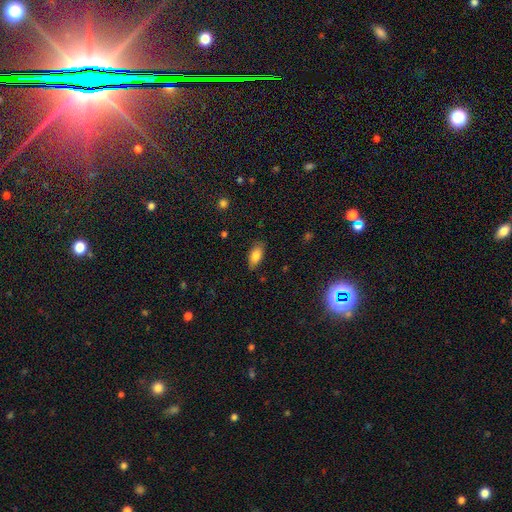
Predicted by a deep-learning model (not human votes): Q: Smooth or featured?
A: smooth (80%); runner-up: featured or disk (12%)
Q: How rounded?
A: in between (87%); runner-up: cigar-shaped (10%)
Q: Merging?
A: none (82%); runner-up: minor disturbance (14%)